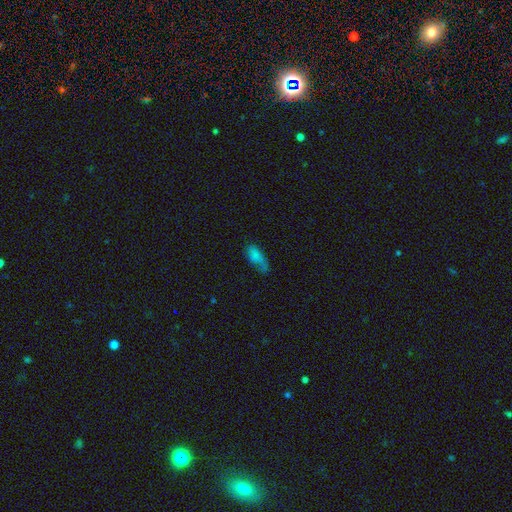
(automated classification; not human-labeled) smooth_or_featured: smooth (p=0.72) [alt: featured or disk p=0.16]
how_rounded: in between (p=0.82) [alt: cigar-shaped p=0.14]
merging: none (p=0.40) [alt: minor disturbance p=0.31]